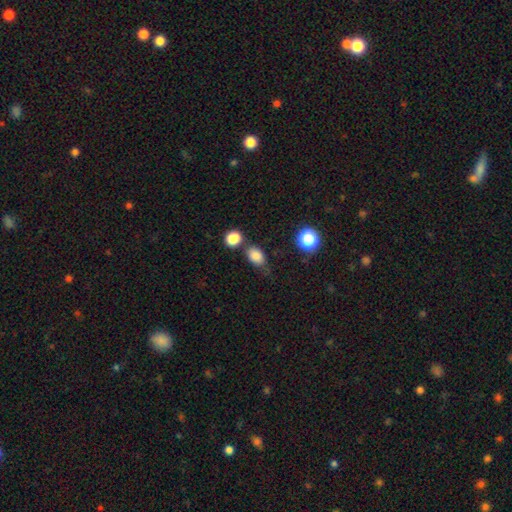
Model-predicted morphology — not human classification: Smooth or featured: smooth — 84% (star or artifact — 10%)
How rounded: in between — 74% (round — 25%)
Merging: none — 54% (minor disturbance — 23%)